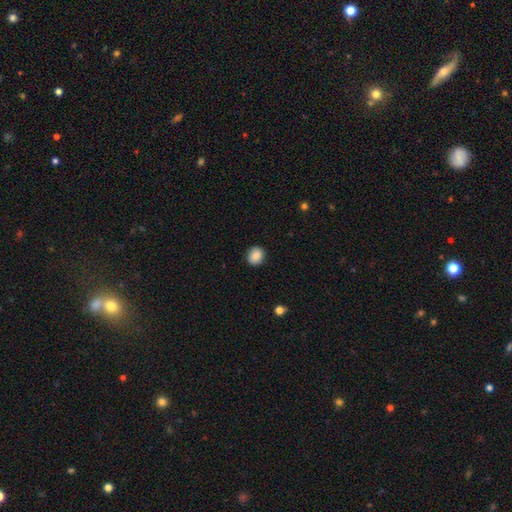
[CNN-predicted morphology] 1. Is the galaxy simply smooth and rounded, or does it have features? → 87% smooth, 9% star or artifact, 5% featured or disk.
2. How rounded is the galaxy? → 82% round, 17% in between, 1% cigar-shaped.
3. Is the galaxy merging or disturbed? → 90% none, 7% minor disturbance, 2% major disturbance, 1% merger.